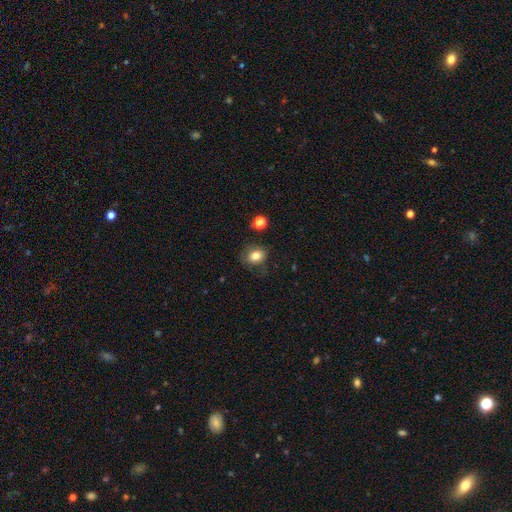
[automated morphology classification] This appears to be a smooth galaxy with no disk features (80%) that is in between round and cigar-shaped (54%). Merging: none (71%).